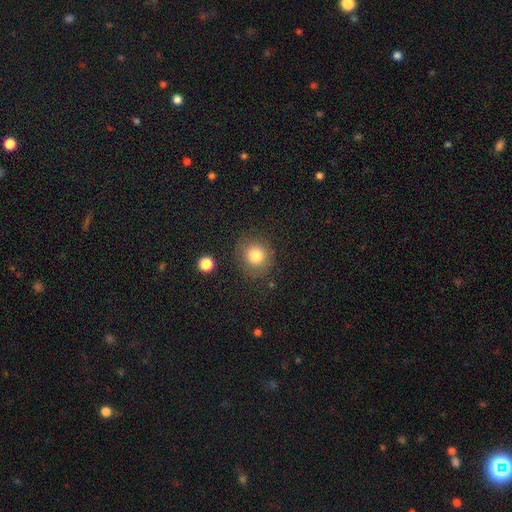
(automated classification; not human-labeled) This appears to be a smooth galaxy with no disk features (79%) that is round (86%). Merging: none (83%).